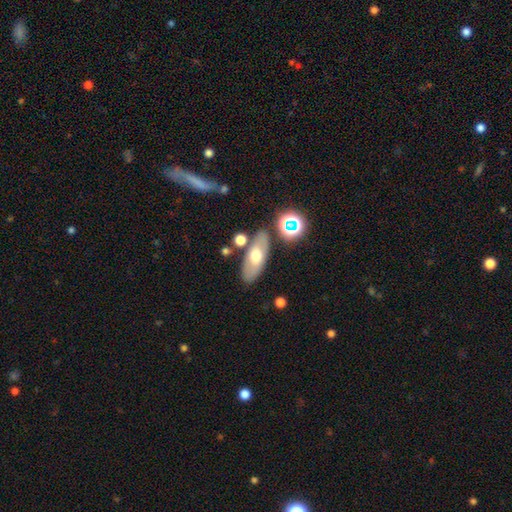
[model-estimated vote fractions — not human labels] Smooth or featured: smooth — 54% (featured or disk — 37%)
How rounded: in between — 78% (cigar-shaped — 17%)
Merging: none — 78% (minor disturbance — 12%)